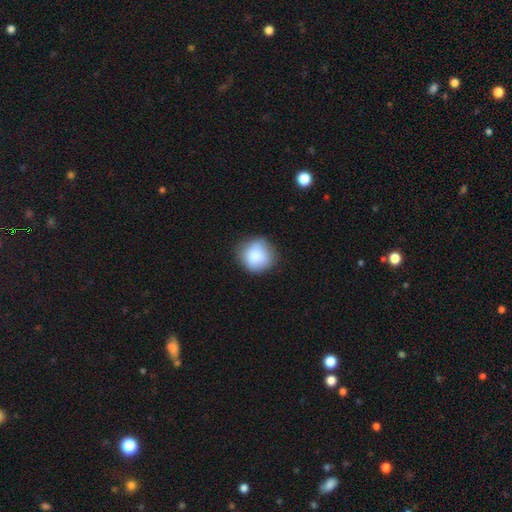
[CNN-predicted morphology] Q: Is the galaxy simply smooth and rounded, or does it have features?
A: smooth — 86%.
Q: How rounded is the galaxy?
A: round — 87%.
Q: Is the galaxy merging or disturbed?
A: none — 76%.